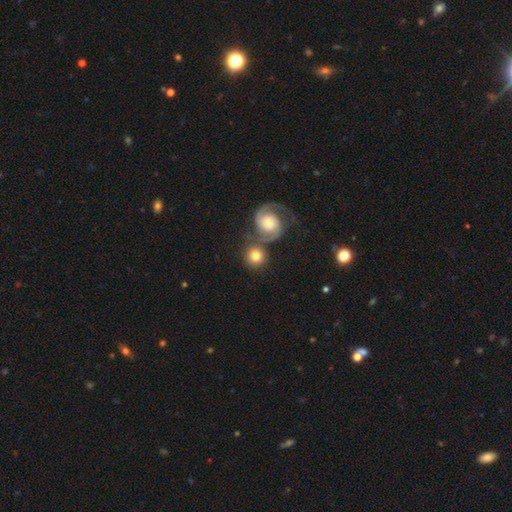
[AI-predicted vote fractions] Overall: smooth (65%; featured or disk 28%). How rounded: round (91%). Merging: none (56%; merger 31%).